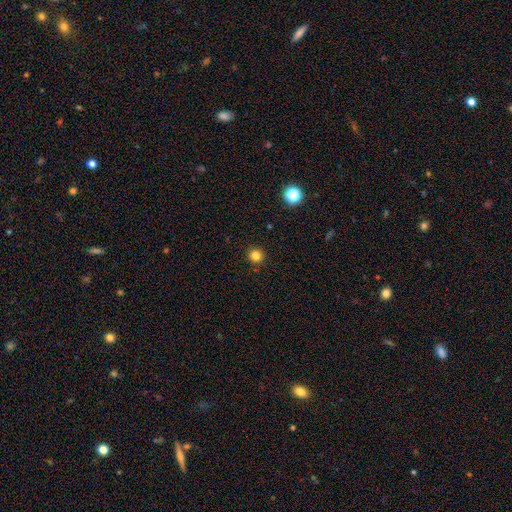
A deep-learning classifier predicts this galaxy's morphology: Smooth or featured? Predicted: smooth (p=0.82). How rounded? Predicted: round (p=0.95). Merging? Predicted: none (p=0.93).